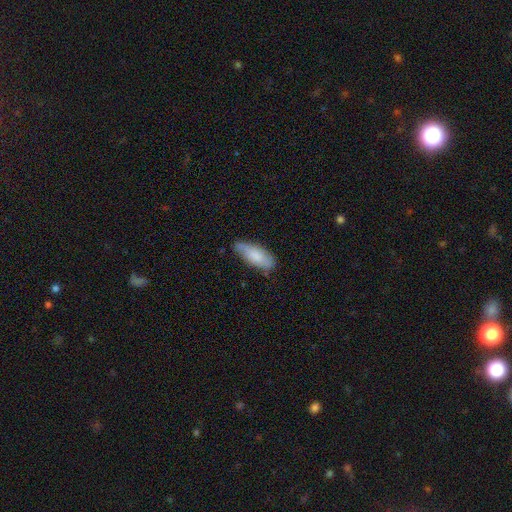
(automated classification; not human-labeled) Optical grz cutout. It shows a smooth galaxy with no disk features (75%) that is in between round and cigar-shaped (73%). Merging: none (64%).